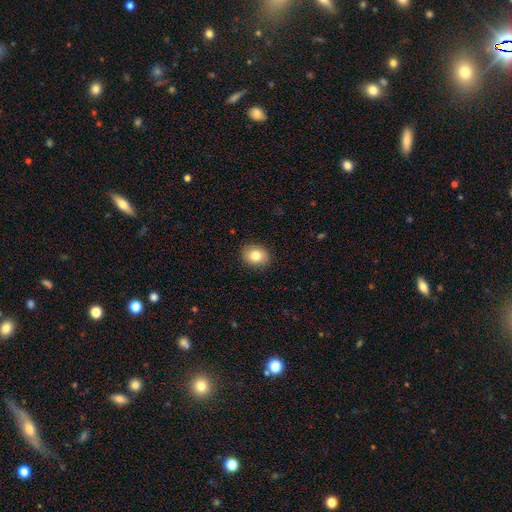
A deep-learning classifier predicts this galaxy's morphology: This appears to be a smooth galaxy with no disk features (82%) that is round (54%). Merging: none (89%).